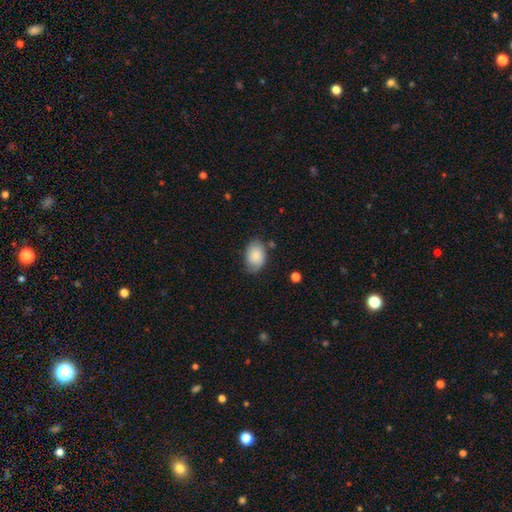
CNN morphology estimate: Smooth or featured? smooth (79%)
How rounded? in between (83%)
Merging? none (68%)